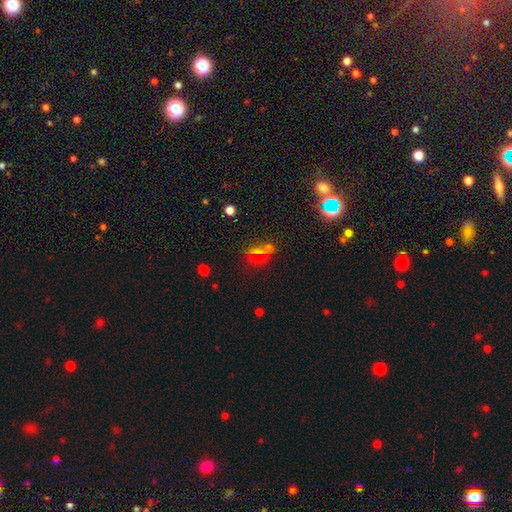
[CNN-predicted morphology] Smooth or featured? smooth (46%)
Merging? none (66%)